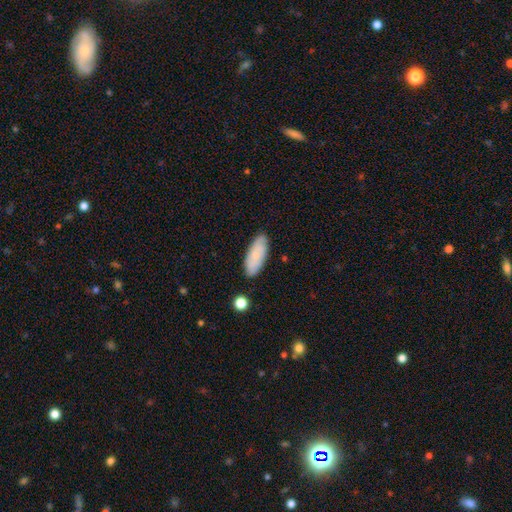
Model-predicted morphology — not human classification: This is likely a smooth galaxy (76%). How rounded: likely in between (77%). Merging: clearly none (83%).